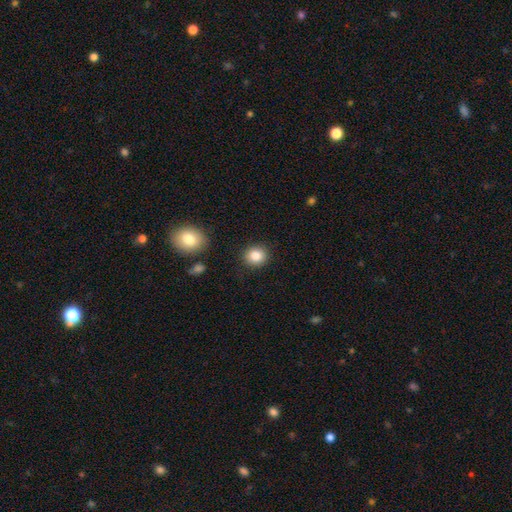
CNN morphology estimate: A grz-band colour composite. It shows a smooth galaxy with no disk features (85%) that is round (81%). Merging: none (88%).